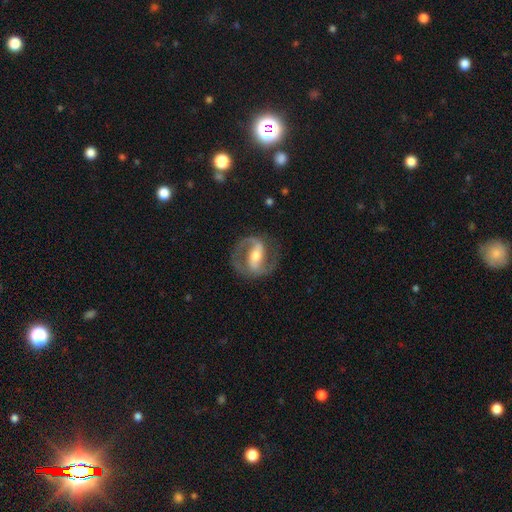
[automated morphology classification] featured or disk 88%, smooth 7%, star or artifact 4%. Down the decision tree: edge-on disk — no (97%); bar — strong (53%); spiral arms — yes (95%); spiral arm count — 2 (91%); spiral winding — medium (58%); bulge size — moderate (61%); merging — none (80%).